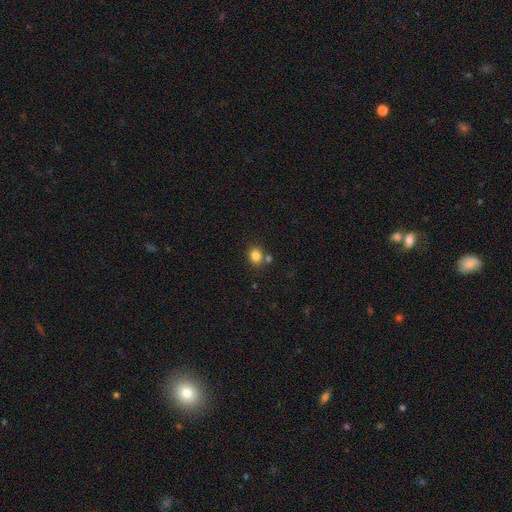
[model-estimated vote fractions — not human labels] smooth 83%, star or artifact 11%, featured or disk 5%. Down the decision tree: how rounded — round (70%); merging — none (70%).